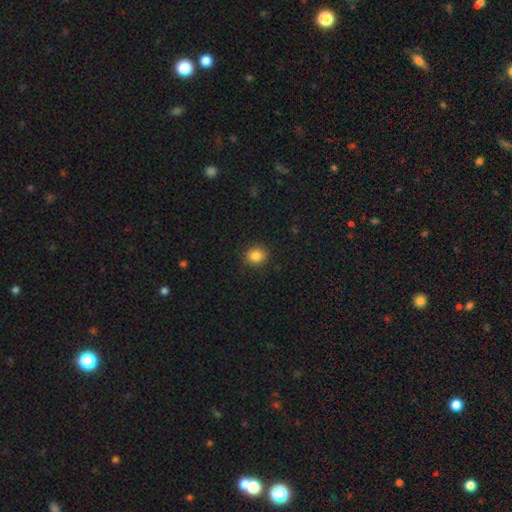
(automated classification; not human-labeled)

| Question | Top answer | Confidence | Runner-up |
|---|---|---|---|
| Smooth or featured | smooth | 85% | star or artifact (10%) |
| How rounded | round | 79% | in between (20%) |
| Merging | none | 89% | minor disturbance (7%) |